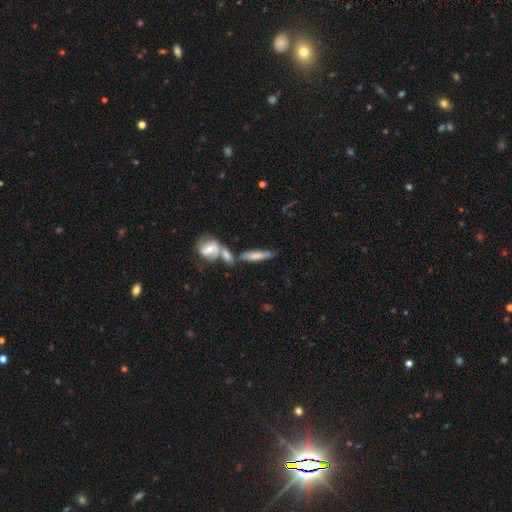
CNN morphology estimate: smooth_or_featured: smooth (p=0.57) [alt: featured or disk p=0.36]
how_rounded: cigar-shaped (p=0.69) [alt: in between p=0.28]
merging: none (p=0.46) [alt: merger p=0.30]